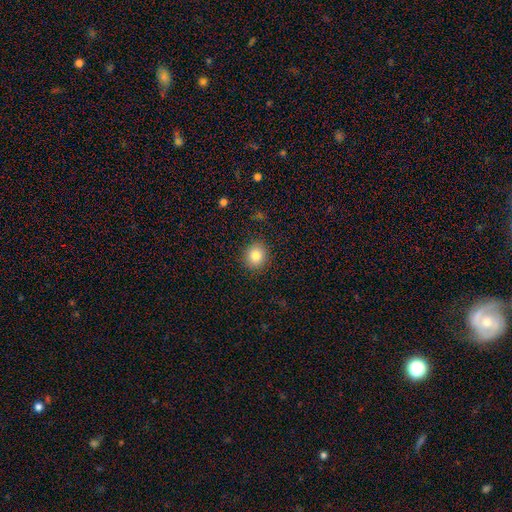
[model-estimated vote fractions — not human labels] Overall: smooth (83%). How rounded: round (84%). Merging: none (89%).